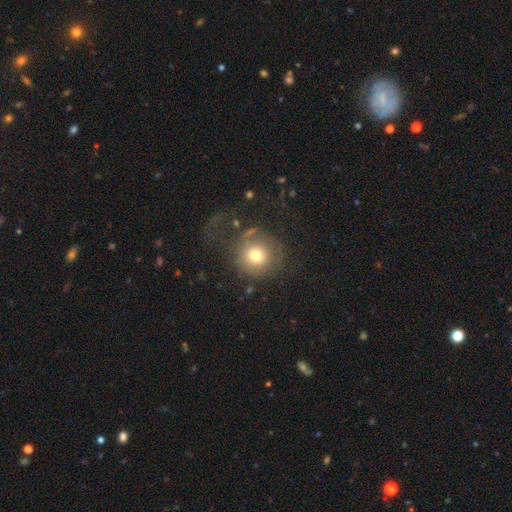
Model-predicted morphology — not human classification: Smooth or featured? smooth (68%)
How rounded? round (90%)
Merging? none (44%)